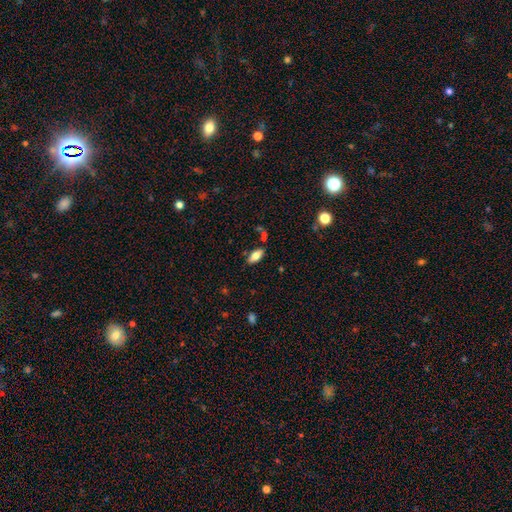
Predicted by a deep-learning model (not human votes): Overall: smooth (72%). How rounded: in between (85%). Merging: none (77%).